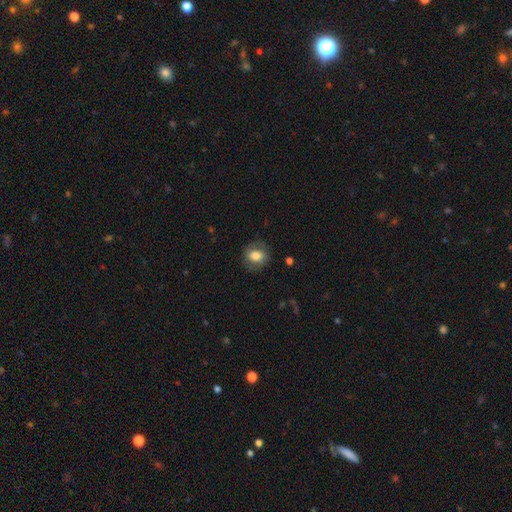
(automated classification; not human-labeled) Q: Smooth or featured?
A: smooth (66%); runner-up: featured or disk (26%)
Q: How rounded?
A: round (56%); runner-up: in between (43%)
Q: Merging?
A: none (76%); runner-up: minor disturbance (15%)